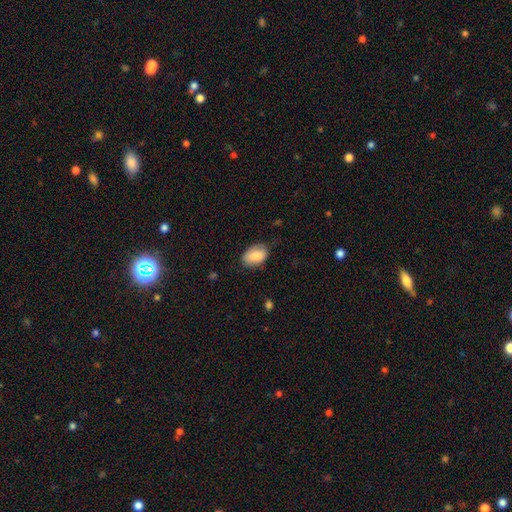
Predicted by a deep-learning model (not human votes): Smooth or featured? smooth (84%)
How rounded? in between (87%)
Merging? none (73%)